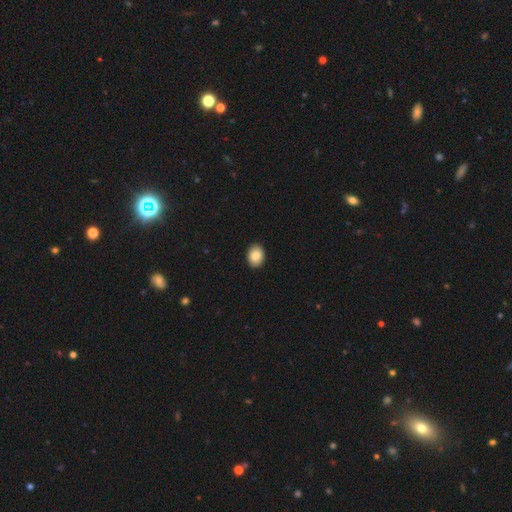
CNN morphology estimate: This appears to be a smooth galaxy with no disk features (87%) that is in between round and cigar-shaped (75%). Merging: none (91%).